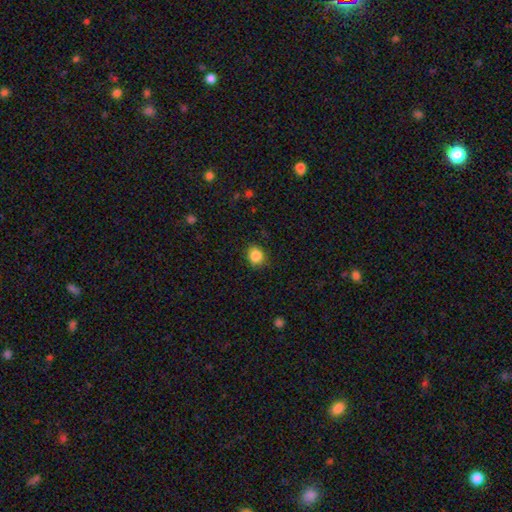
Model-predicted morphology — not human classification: Smooth or featured? smooth (86%)
How rounded? round (72%)
Merging? none (83%)